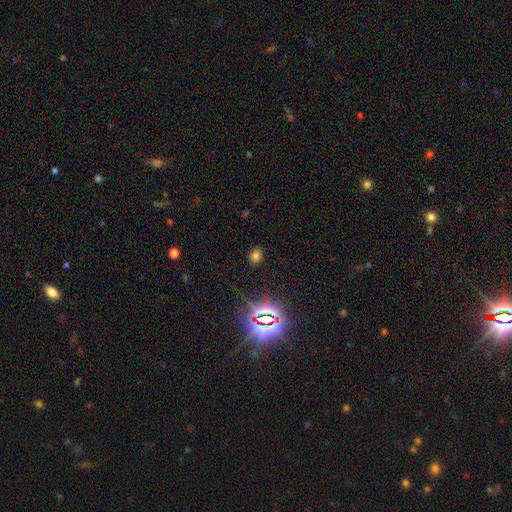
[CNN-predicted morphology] Smooth or featured? smooth (66%)
How rounded? in between (63%)
Merging? none (86%)